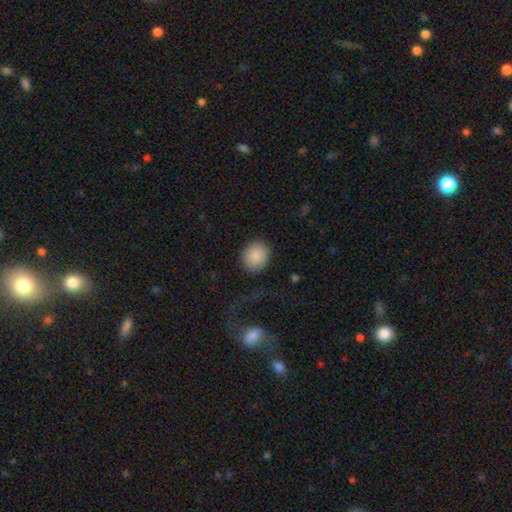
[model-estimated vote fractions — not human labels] Smooth or featured: smooth — 87% (star or artifact — 8%)
How rounded: round — 76% (in between — 23%)
Merging: none — 86% (minor disturbance — 8%)